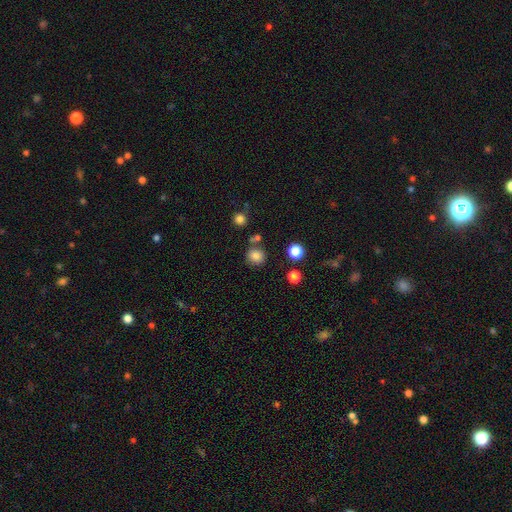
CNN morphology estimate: Smooth or featured?
  - smooth: 82% *
  - star or artifact: 13%
  - featured or disk: 5%
How rounded?
  - round: 87% *
  - in between: 12%
  - cigar-shaped: 1%
Merging?
  - none: 77% *
  - minor disturbance: 11%
  - merger: 9%
  - major disturbance: 3%